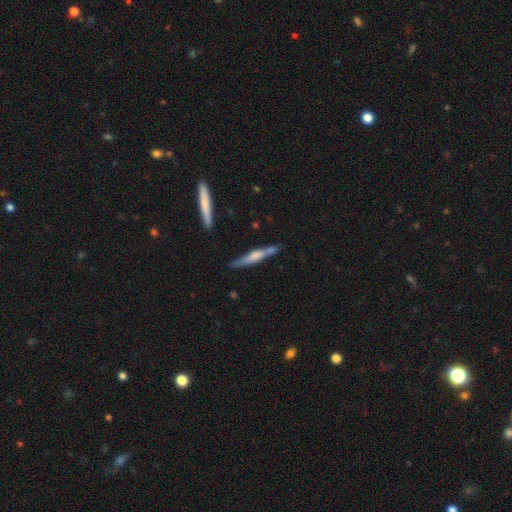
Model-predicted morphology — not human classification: featured or disk 56%, smooth 39%, star or artifact 6%. Down the decision tree: edge-on disk — yes (95%); edge-on bulge — rounded (45%); merging — none (75%).